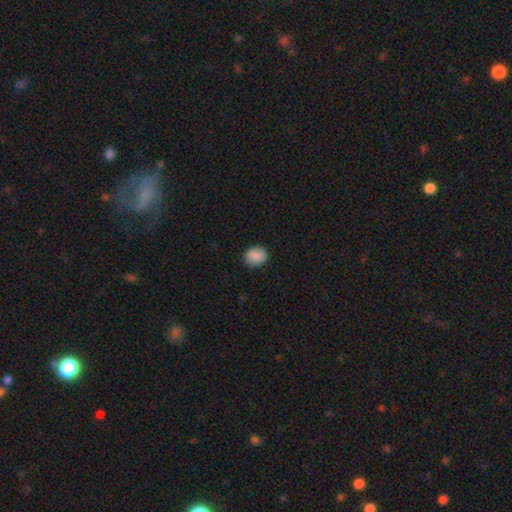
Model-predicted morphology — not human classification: smooth_or_featured: smooth (p=0.86) [alt: star or artifact p=0.08]
how_rounded: round (p=0.61) [alt: in between p=0.38]
merging: none (p=0.85) [alt: minor disturbance p=0.12]